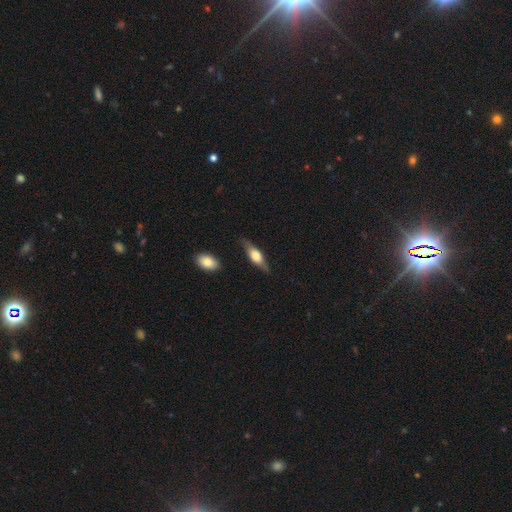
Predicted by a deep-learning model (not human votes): smooth 47% (tied), featured or disk 47% (tied), star or artifact 6%. Down the decision tree: merging — none (77%).